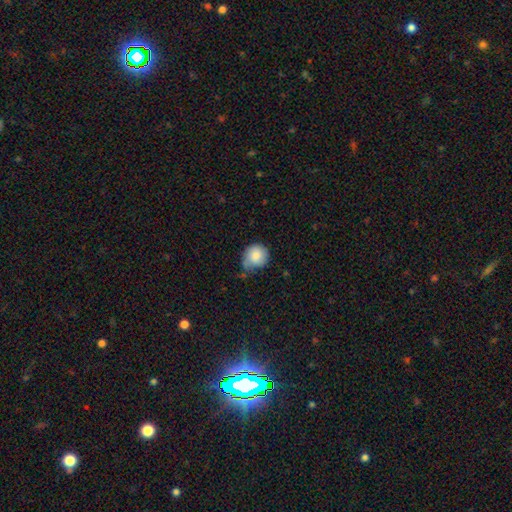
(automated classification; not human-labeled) Smooth or featured? smooth (82%)
How rounded? round (84%)
Merging? none (45%)